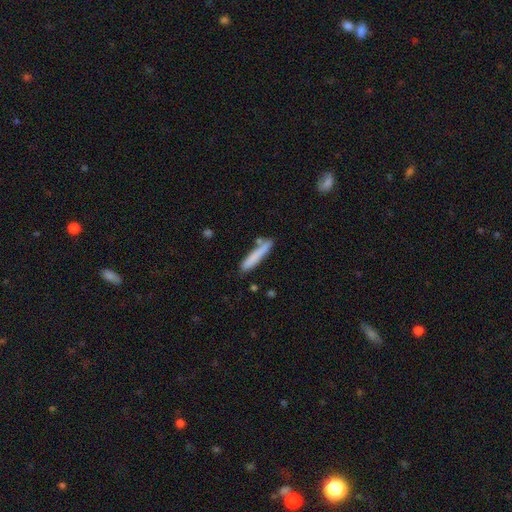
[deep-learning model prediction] smooth_or_featured: smooth (p=0.78) [alt: featured or disk p=0.16]
how_rounded: cigar-shaped (p=0.93) [alt: in between p=0.06]
merging: none (p=0.76) [alt: minor disturbance p=0.14]